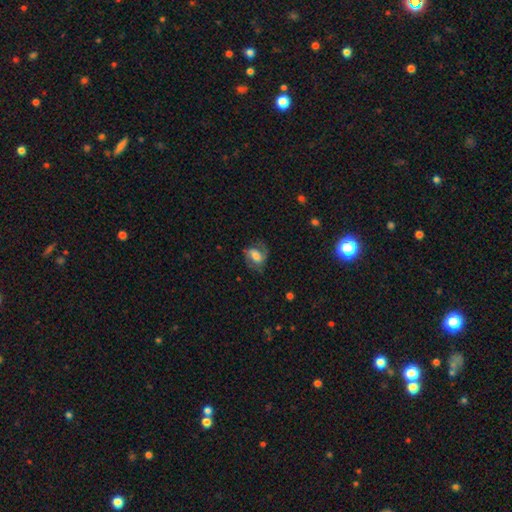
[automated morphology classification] type=featured or disk (65%); edge-on=no (97%); bar=weak (45%); spiral arms=yes (90%); winding=medium (50%); arm count=2 (83%); bulge=moderate (44%); merging=none (65%).